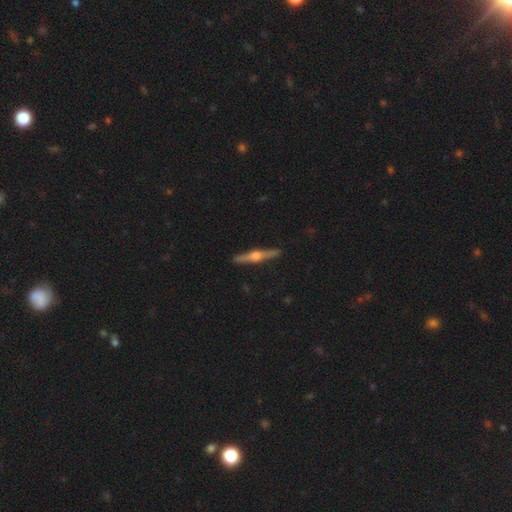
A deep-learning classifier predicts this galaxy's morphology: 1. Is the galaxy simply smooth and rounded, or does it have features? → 81% featured or disk, 14% smooth, 5% star or artifact.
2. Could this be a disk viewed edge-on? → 98% yes, 2% no.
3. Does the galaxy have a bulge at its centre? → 95% rounded, 3% boxy, 2% none.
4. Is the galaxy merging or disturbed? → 92% none, 6% minor disturbance, 1% major disturbance, 1% merger.